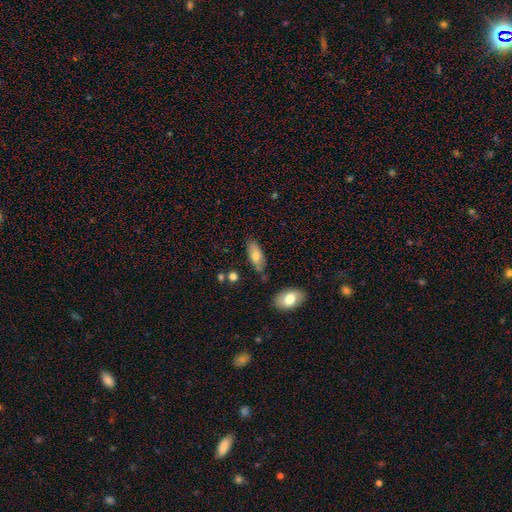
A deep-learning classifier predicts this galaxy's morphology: Smooth or featured?
  - smooth: 74% *
  - featured or disk: 18%
  - star or artifact: 7%
How rounded?
  - in between: 82% *
  - cigar-shaped: 15%
  - round: 3%
Merging?
  - none: 70% *
  - minor disturbance: 20%
  - merger: 6%
  - major disturbance: 4%